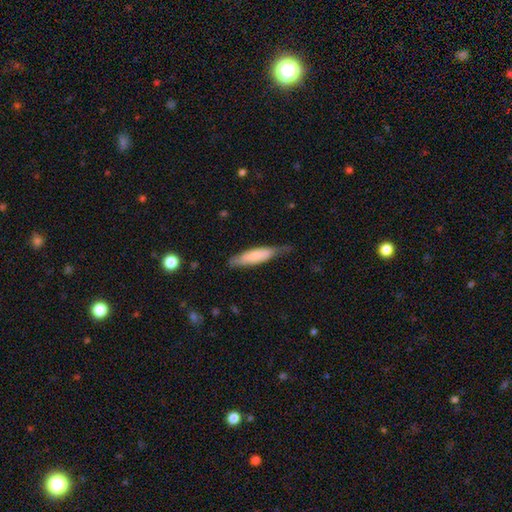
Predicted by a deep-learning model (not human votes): smooth_or_featured: smooth (p=0.64) [alt: featured or disk p=0.30]
how_rounded: cigar-shaped (p=0.65) [alt: in between p=0.34]
merging: none (p=0.57) [alt: minor disturbance p=0.32]